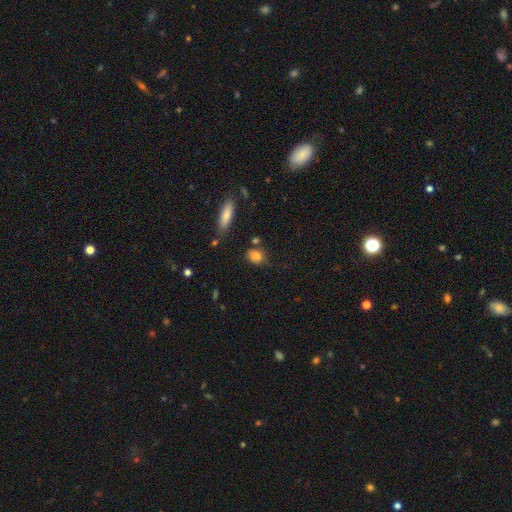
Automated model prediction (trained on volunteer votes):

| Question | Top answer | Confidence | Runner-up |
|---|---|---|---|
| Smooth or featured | smooth | 82% | star or artifact (10%) |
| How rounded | in between | 54% | round (41%) |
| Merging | none | 73% | minor disturbance (16%) |